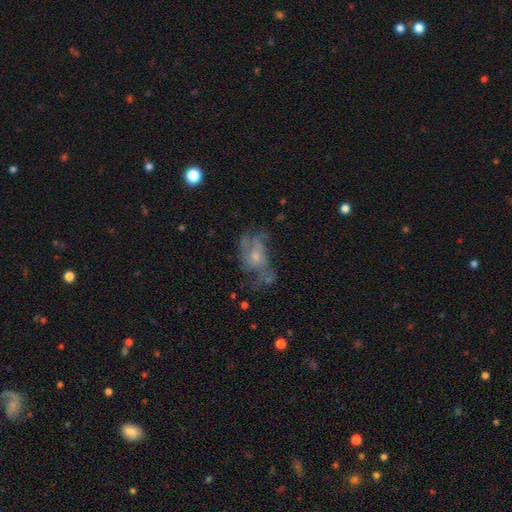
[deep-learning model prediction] Q: Smooth or featured?
A: featured or disk (71%); runner-up: smooth (19%)
Q: Edge-on disk?
A: no (96%); runner-up: yes (4%)
Q: Bar?
A: no (74%); runner-up: weak (22%)
Q: Spiral arms?
A: yes (76%); runner-up: no (24%)
Q: Spiral winding?
A: medium (42%); runner-up: loose (38%)
Q: Spiral arm count?
A: can't tell (31%); runner-up: 3 (25%)
Q: Bulge size?
A: small (53%); runner-up: moderate (37%)
Q: Merging?
A: none (43%); runner-up: major disturbance (31%)